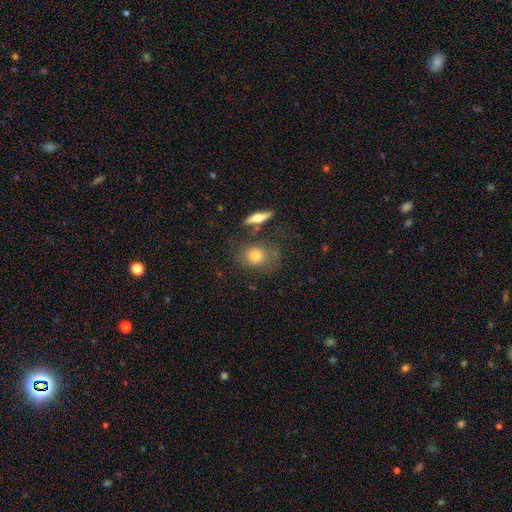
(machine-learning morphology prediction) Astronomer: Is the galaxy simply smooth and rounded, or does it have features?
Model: smooth — 73%.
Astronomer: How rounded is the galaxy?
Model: round — 52% (runner-up: in between, 45%).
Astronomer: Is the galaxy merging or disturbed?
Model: none — 66%.